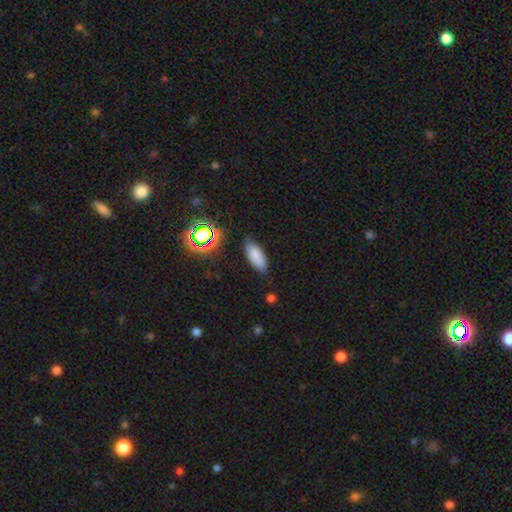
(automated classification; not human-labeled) smooth_or_featured: smooth (p=0.82) [alt: star or artifact p=0.11]
how_rounded: in between (p=0.83) [alt: cigar-shaped p=0.14]
merging: none (p=0.80) [alt: minor disturbance p=0.15]